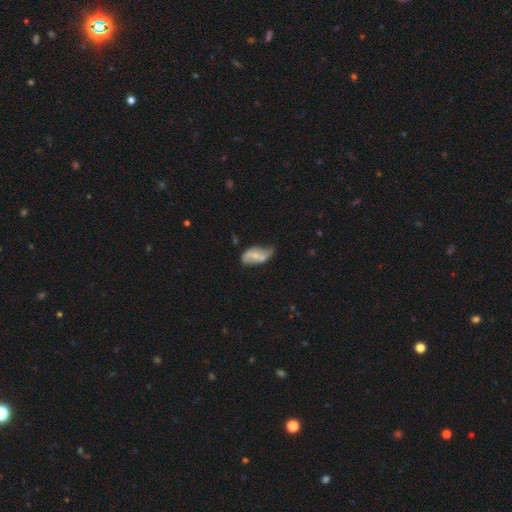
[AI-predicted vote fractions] A featured or disk galaxy (54%) with no bar (45%), spiral arms (73%) and a small central bulge (55%).

Vote fractions:
- Smooth or featured? featured or disk: 54% / smooth: 39% / star or artifact: 7%
- Edge-on disk? no: 93% / yes: 7%
- Bar? no: 45% / weak: 37% / strong: 18%
- Spiral arms? yes: 73% / no: 27%
- Bulge size? small: 55% / moderate: 31% / none: 10% / large: 2% / dominant: 1%
- Merging? none: 40% / minor disturbance: 38% / major disturbance: 15% / merger: 6%